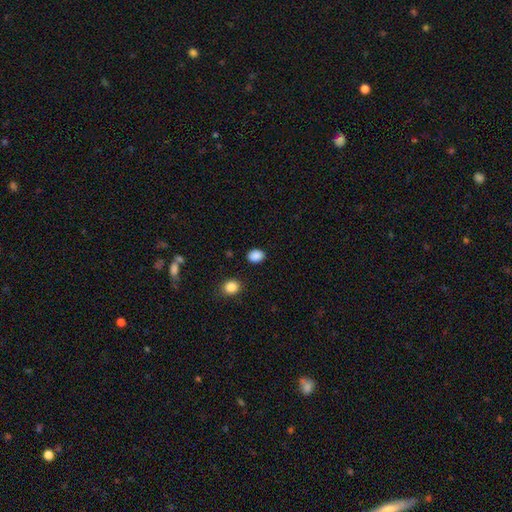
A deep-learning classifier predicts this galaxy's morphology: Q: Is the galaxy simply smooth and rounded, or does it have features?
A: smooth — 87%.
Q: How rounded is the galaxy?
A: in between — 58%.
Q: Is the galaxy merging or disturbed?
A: none — 88%.